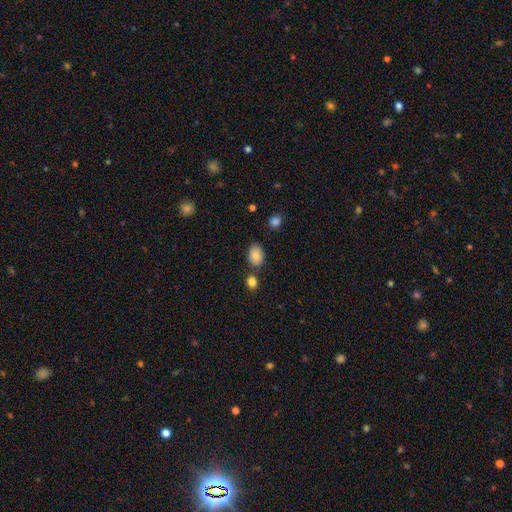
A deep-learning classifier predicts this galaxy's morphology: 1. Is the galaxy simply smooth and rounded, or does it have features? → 87% smooth, 8% star or artifact, 5% featured or disk.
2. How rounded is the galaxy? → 79% in between, 20% round, 1% cigar-shaped.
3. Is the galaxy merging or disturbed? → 75% none, 13% minor disturbance, 8% merger, 3% major disturbance.